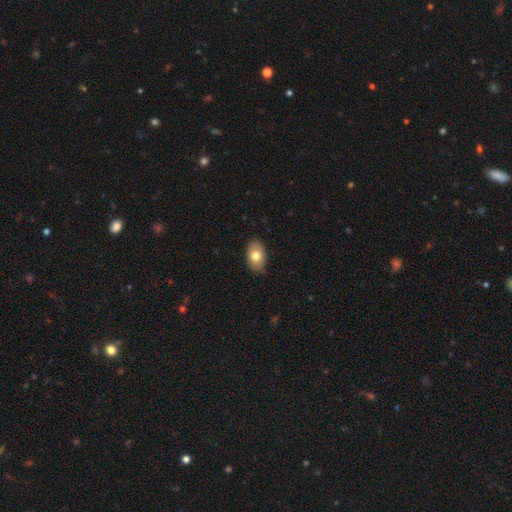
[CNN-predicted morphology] smooth 77%, featured or disk 15%, star or artifact 8%. Down the decision tree: how rounded — in between (86%); merging — none (85%).